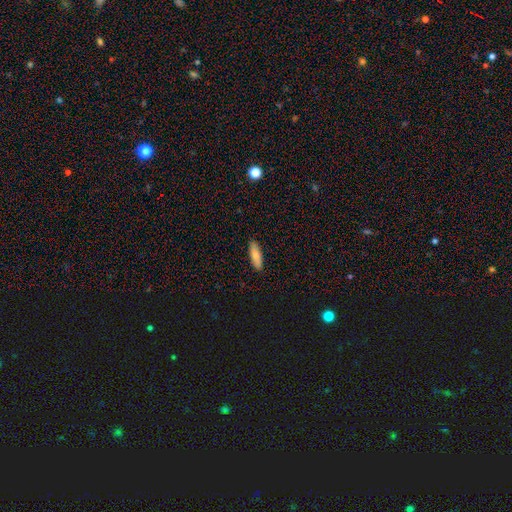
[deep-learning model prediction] This appears to be a smooth galaxy with no disk features (81%) that is cigar-shaped (53%). Merging: none (90%).